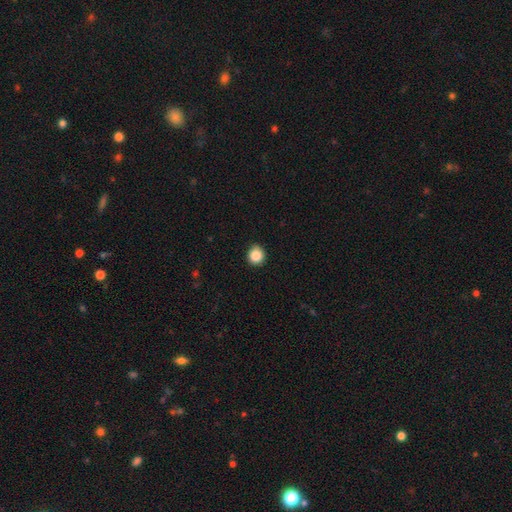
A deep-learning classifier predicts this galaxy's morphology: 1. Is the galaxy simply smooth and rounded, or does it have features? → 86% smooth, 10% star or artifact, 4% featured or disk.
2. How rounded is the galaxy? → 89% round, 10% in between, 1% cigar-shaped.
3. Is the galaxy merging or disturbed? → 86% none, 11% minor disturbance, 2% major disturbance, 1% merger.